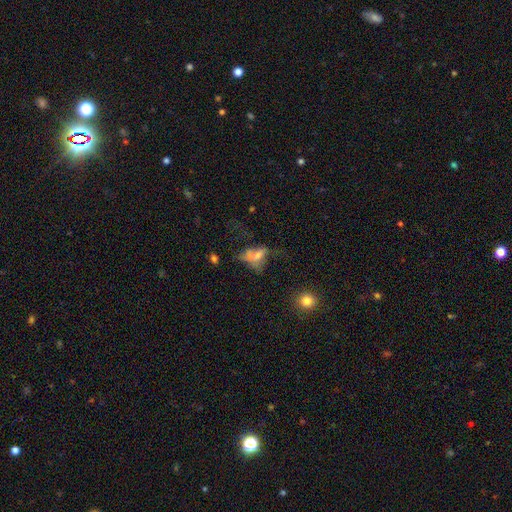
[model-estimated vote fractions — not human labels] A smooth galaxy with no disk features (48%). Merging: major disturbance (45%).